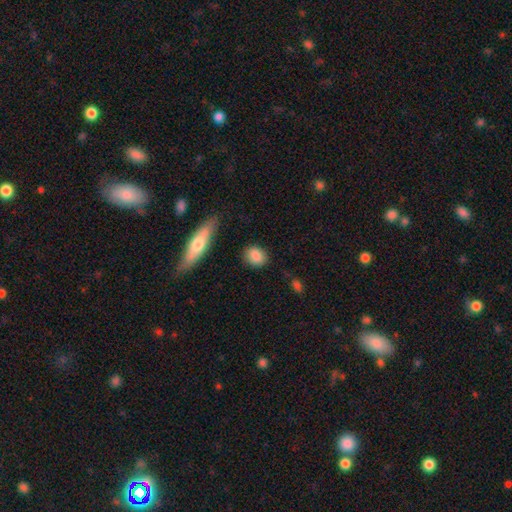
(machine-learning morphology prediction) The model was most divided on "how rounded": round: 51%, in between: 45%, cigar-shaped: 4%. More confident: smooth or featured — smooth (86%); merging — none (84%).